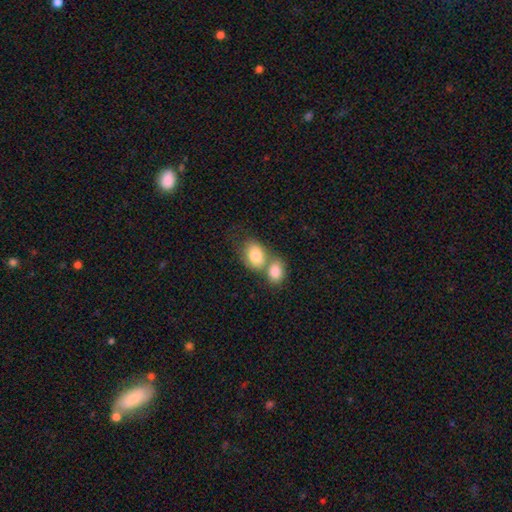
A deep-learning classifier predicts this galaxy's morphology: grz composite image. It shows a smooth galaxy with no disk features (80%) that is in between round and cigar-shaped (69%). Merging: merger (59%).